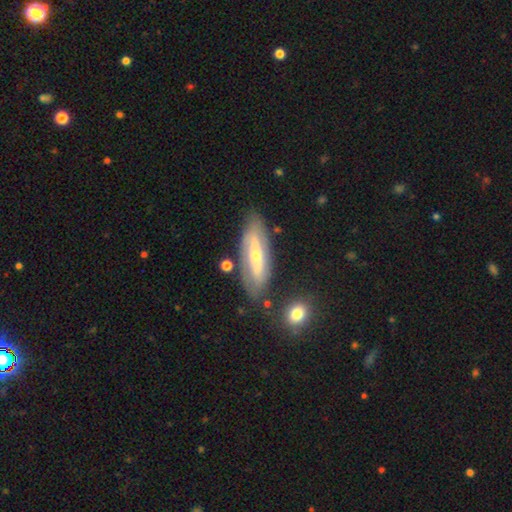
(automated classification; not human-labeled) A featured or disk galaxy (66%). Merging: none (76%).